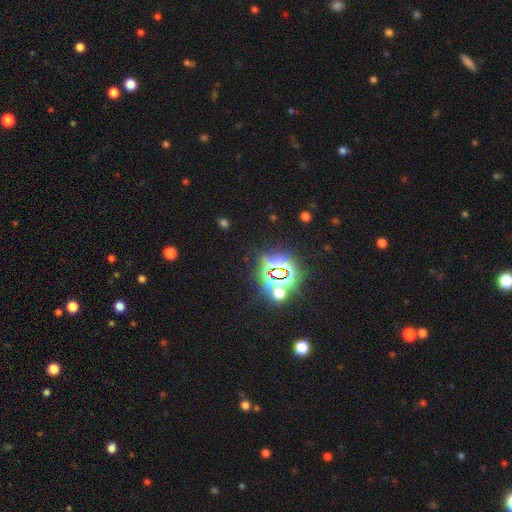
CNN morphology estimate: This is likely a star or artifact rather than a galaxy (73%).